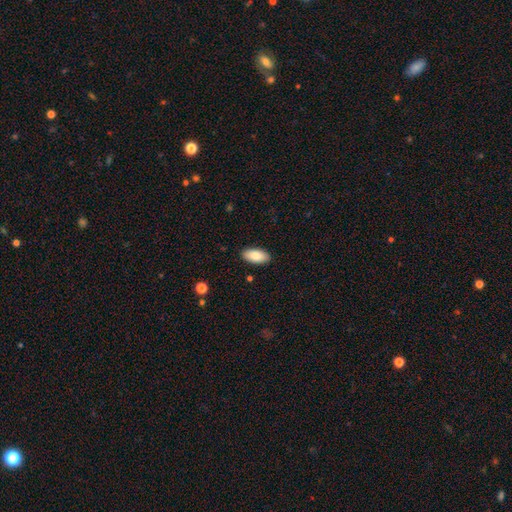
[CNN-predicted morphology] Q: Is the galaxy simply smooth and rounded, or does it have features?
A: smooth — 84%.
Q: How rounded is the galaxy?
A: in between — 93%.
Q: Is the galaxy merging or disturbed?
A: none — 89%.